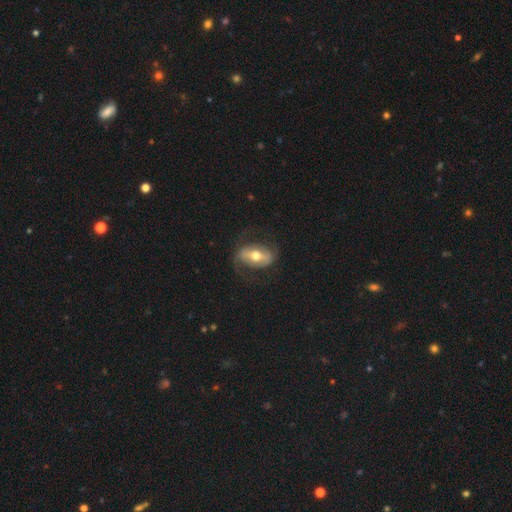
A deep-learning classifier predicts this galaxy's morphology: Smooth or featured: featured or disk — 64% (smooth — 30%)
Edge-on disk: no — 92% (yes — 8%)
Bar: strong — 47% (weak — 30%)
Spiral arms: yes — 67% (no — 33%)
Bulge size: moderate — 75% (large — 12%)
Merging: none — 67% (minor disturbance — 17%)